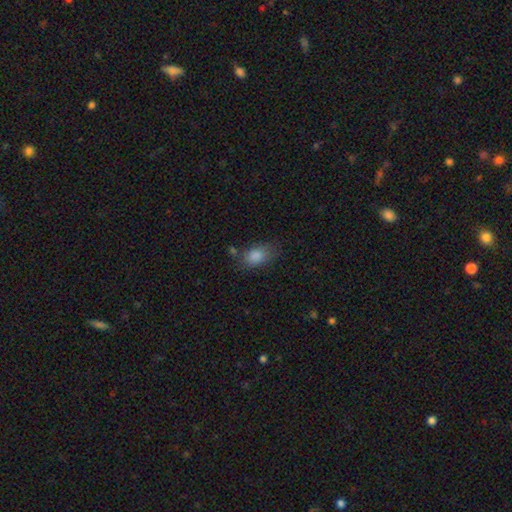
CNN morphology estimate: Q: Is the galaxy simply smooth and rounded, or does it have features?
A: smooth — 83%.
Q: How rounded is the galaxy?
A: in between — 84%.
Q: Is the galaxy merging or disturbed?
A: none — 66%.